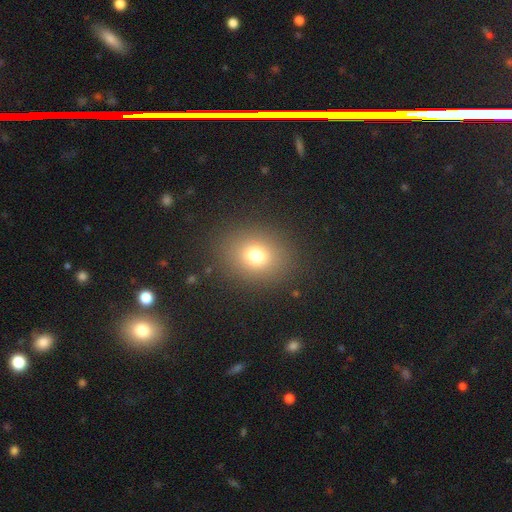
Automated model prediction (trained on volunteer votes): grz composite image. It shows a smooth galaxy with no disk features (73%) that is round (62%). Merging: none (87%).